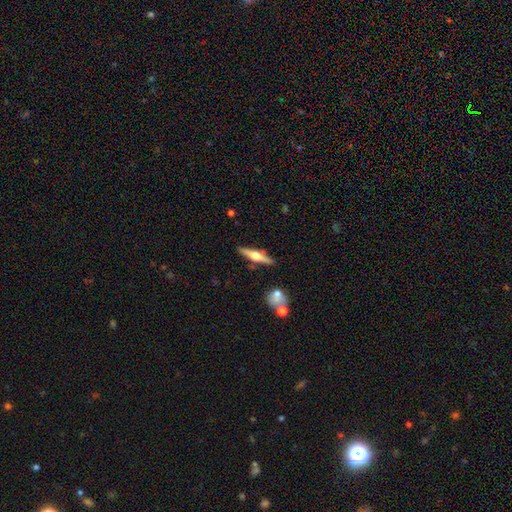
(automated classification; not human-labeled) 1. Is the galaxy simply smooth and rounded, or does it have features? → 67% featured or disk, 27% smooth, 6% star or artifact.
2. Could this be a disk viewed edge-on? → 97% yes, 3% no.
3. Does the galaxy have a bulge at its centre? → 93% rounded, 4% boxy, 2% none.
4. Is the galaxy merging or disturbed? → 87% none, 8% minor disturbance, 3% merger, 2% major disturbance.